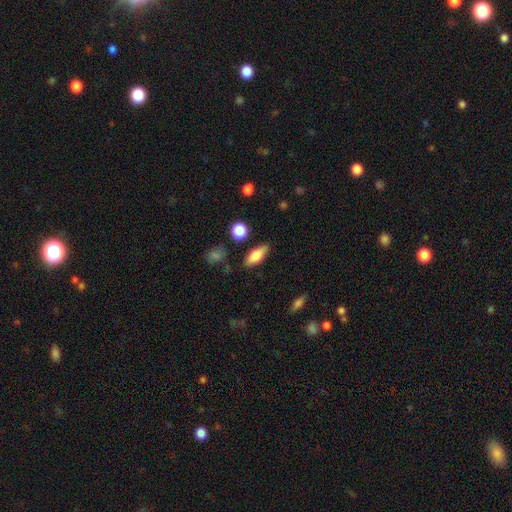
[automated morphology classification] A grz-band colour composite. It shows a smooth galaxy with no disk features (71%) that is in between round and cigar-shaped (73%). Merging: none (81%).